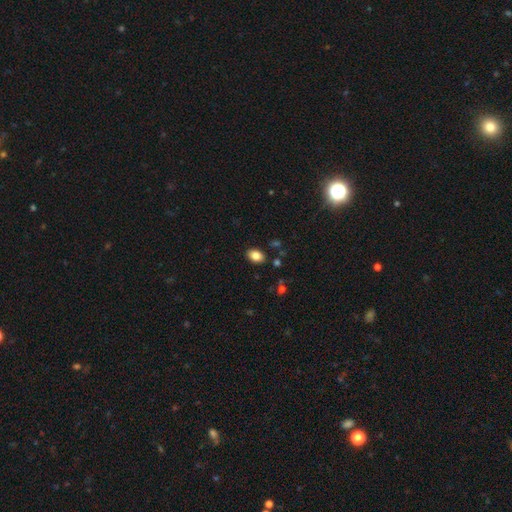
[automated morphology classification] This is clearly a smooth galaxy (85%). How rounded: clearly in between (82%). Merging: clearly none (87%).